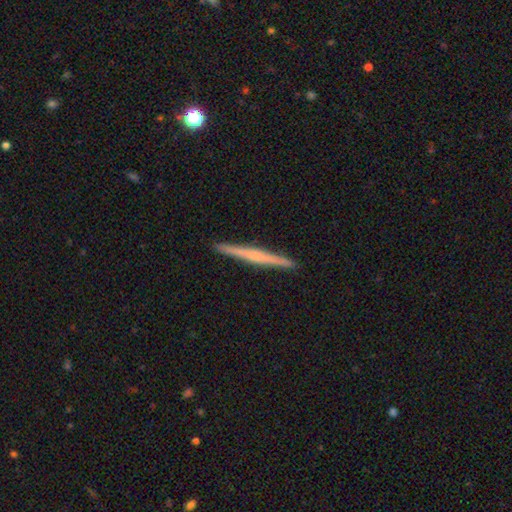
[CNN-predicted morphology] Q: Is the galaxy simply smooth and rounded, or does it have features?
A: featured or disk — 64%.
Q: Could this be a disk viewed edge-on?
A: yes — 98%.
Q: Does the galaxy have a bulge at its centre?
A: none — 46%.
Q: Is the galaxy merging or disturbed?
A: none — 93%.